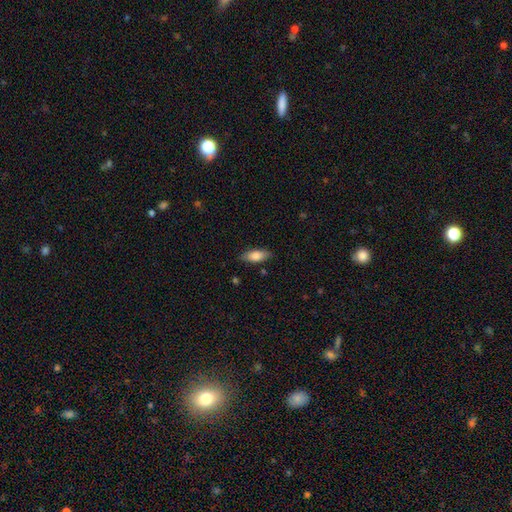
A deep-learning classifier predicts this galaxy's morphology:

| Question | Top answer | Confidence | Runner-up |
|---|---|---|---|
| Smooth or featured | smooth | 78% | featured or disk (15%) |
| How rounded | in between | 77% | cigar-shaped (21%) |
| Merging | none | 83% | minor disturbance (14%) |